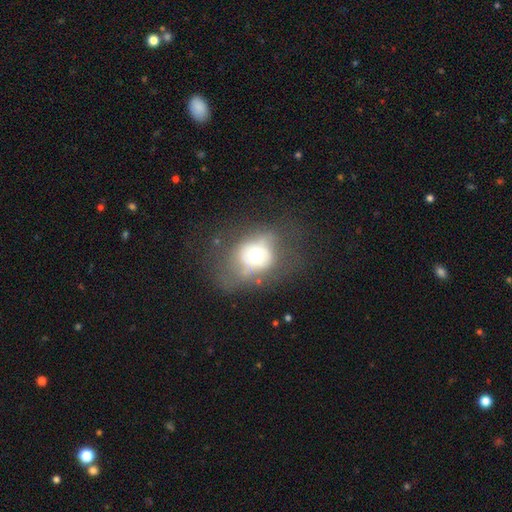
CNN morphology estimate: The model was most divided on "smooth or featured": featured or disk: 45%, smooth: 43%, star or artifact: 13%. Remaining: merging — none (43%).